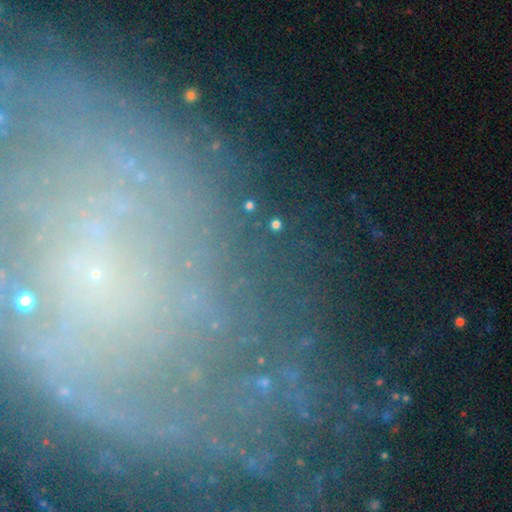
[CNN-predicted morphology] Q: Smooth or featured?
A: featured or disk (56%); runner-up: star or artifact (27%)
Q: Edge-on disk?
A: no (92%); runner-up: yes (8%)
Q: Bar?
A: no (67%); runner-up: weak (19%)
Q: Spiral arms?
A: yes (74%); runner-up: no (26%)
Q: Bulge size?
A: small (69%); runner-up: moderate (15%)
Q: Merging?
A: none (74%); runner-up: minor disturbance (14%)